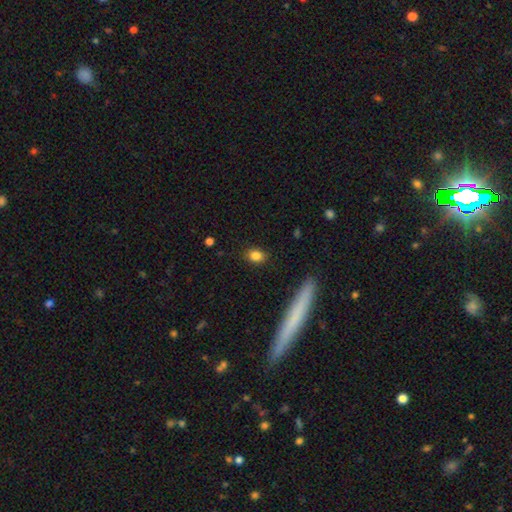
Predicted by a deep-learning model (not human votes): smooth 83%, star or artifact 9%, featured or disk 7%. Down the decision tree: how rounded — in between (58%); merging — none (85%).